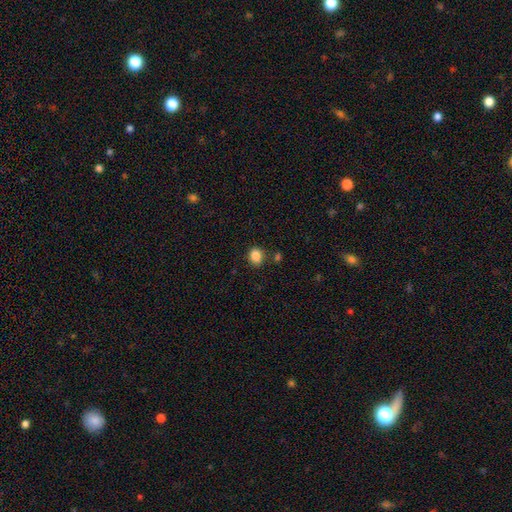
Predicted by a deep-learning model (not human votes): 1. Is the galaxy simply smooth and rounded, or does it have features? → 86% smooth, 10% star or artifact, 4% featured or disk.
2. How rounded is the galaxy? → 56% round, 43% in between, 1% cigar-shaped.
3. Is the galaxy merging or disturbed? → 79% none, 12% minor disturbance, 6% merger, 3% major disturbance.